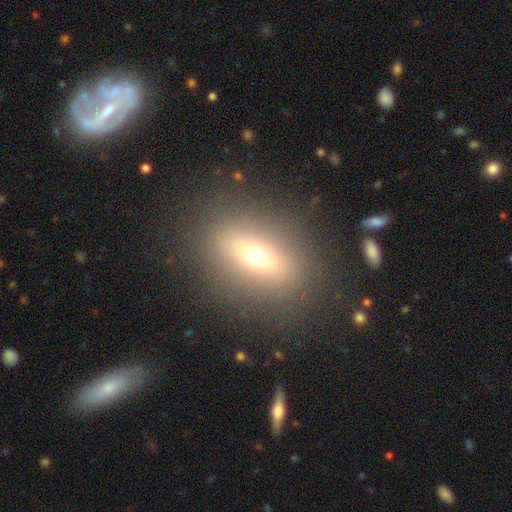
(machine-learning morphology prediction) type=smooth (50%); merging=none (84%).